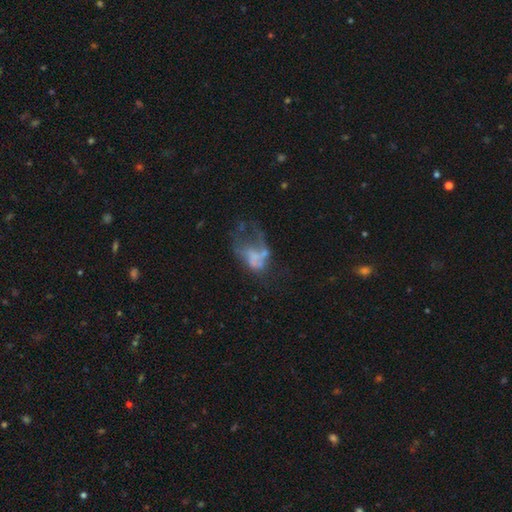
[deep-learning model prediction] Q: Smooth or featured?
A: featured or disk (53%); runner-up: smooth (31%)
Q: Edge-on disk?
A: no (98%); runner-up: yes (2%)
Q: Bar?
A: no (87%); runner-up: weak (11%)
Q: Spiral arms?
A: no (85%); runner-up: yes (15%)
Q: Bulge size?
A: none (72%); runner-up: small (12%)
Q: Merging?
A: major disturbance (48%); runner-up: none (21%)